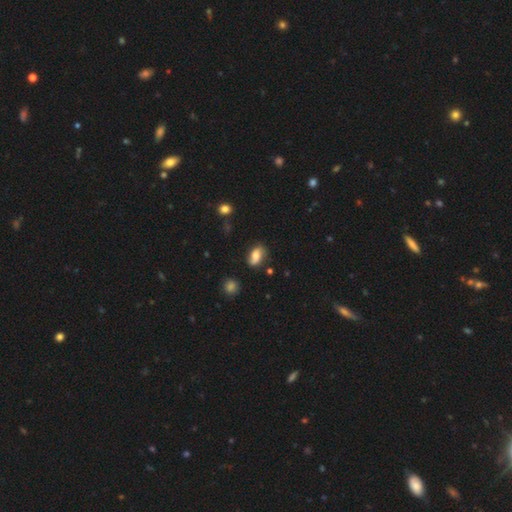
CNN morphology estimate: Smooth or featured: smooth — 63% (featured or disk — 28%)
How rounded: in between — 86% (round — 10%)
Merging: none — 65% (minor disturbance — 24%)